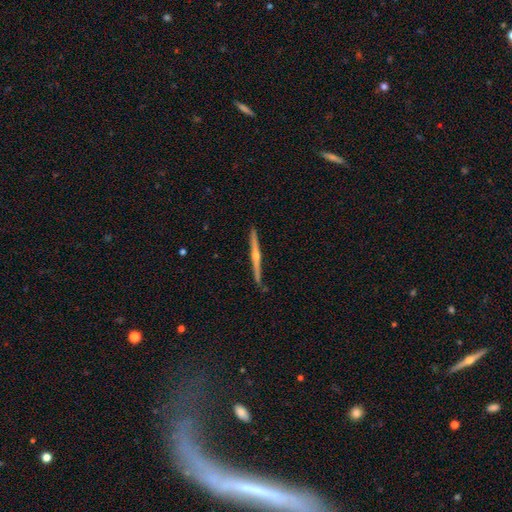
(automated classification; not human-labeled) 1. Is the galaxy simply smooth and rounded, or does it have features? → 73% featured or disk, 18% smooth, 9% star or artifact.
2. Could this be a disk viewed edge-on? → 96% yes, 4% no.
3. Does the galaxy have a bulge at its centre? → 75% rounded, 18% none, 7% boxy.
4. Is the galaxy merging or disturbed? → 85% none, 10% minor disturbance, 2% major disturbance, 2% merger.